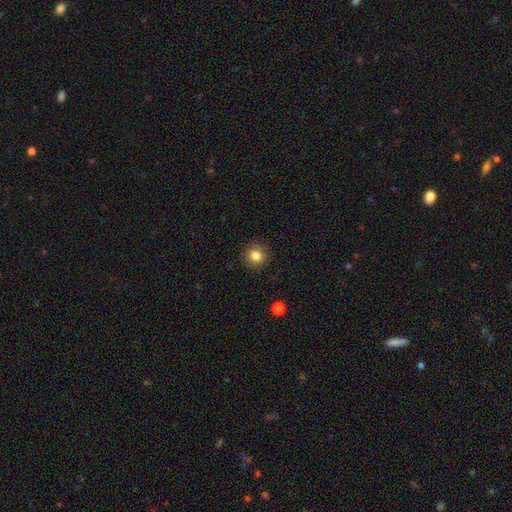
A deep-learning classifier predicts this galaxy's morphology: A smooth galaxy with no disk features (84%) that is round (92%).

Vote fractions:
- Smooth or featured? smooth: 84% / star or artifact: 10% / featured or disk: 6%
- How rounded? round: 92% / in between: 7% / cigar-shaped: 1%
- Merging? none: 90% / minor disturbance: 7% / major disturbance: 2% / merger: 1%